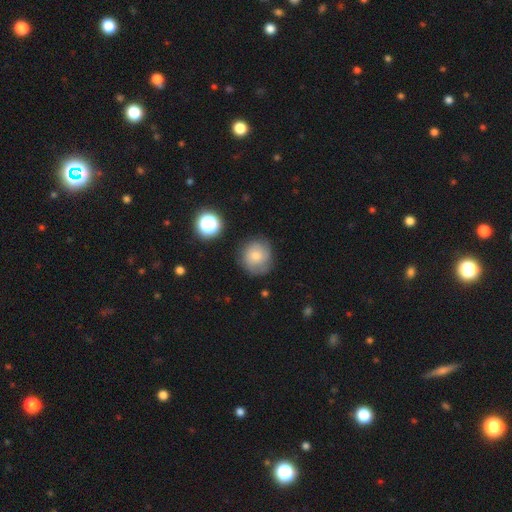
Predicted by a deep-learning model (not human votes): Q: Smooth or featured?
A: smooth (56%); runner-up: featured or disk (33%)
Q: How rounded?
A: round (89%); runner-up: in between (10%)
Q: Merging?
A: none (74%); runner-up: minor disturbance (18%)